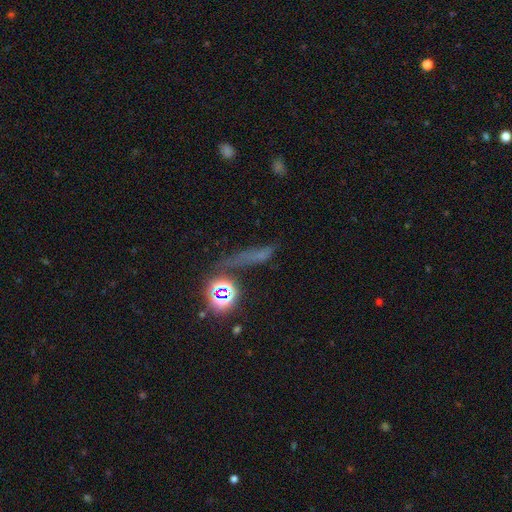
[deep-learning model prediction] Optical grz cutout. It shows a star or artifact, not a galaxy (45%).